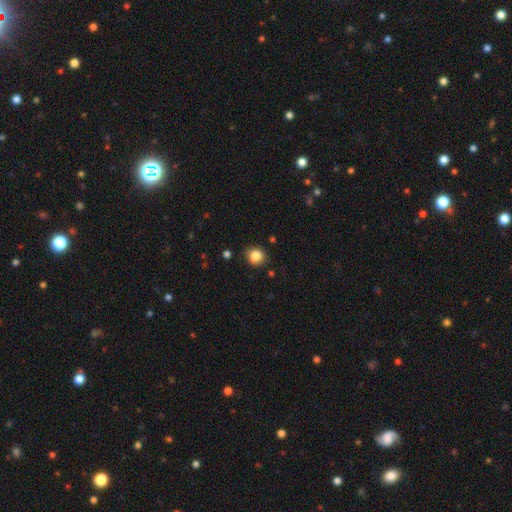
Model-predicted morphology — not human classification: Smooth or featured? Predicted: smooth (p=0.84). How rounded? Predicted: round (p=0.82). Merging? Predicted: none (p=0.86).